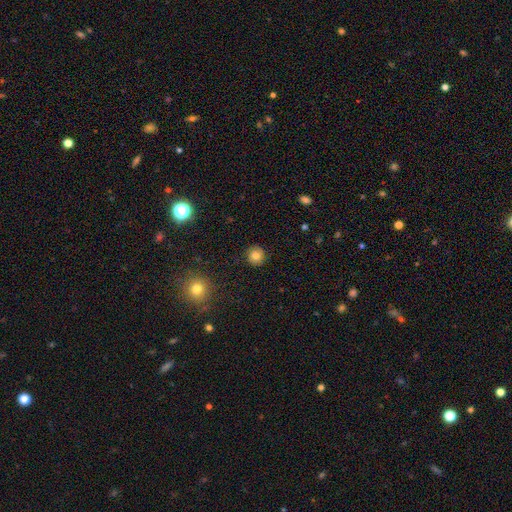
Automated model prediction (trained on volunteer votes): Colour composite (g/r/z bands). It shows a smooth galaxy with no disk features (75%) that is round (92%). Merging: none (87%).